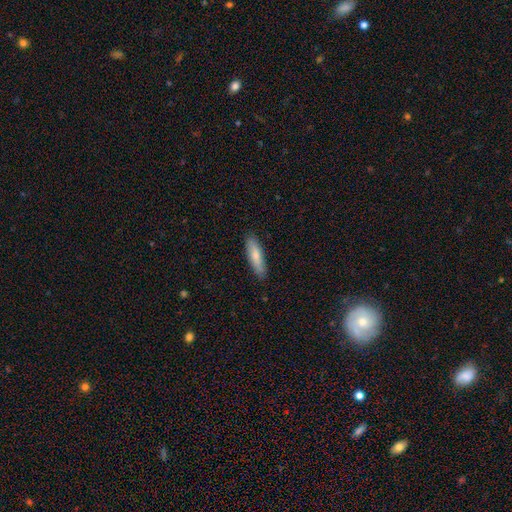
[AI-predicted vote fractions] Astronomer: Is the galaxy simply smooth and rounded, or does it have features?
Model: smooth — 78%.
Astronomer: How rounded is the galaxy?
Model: cigar-shaped — 66%.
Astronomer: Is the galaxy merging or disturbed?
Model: none — 87%.